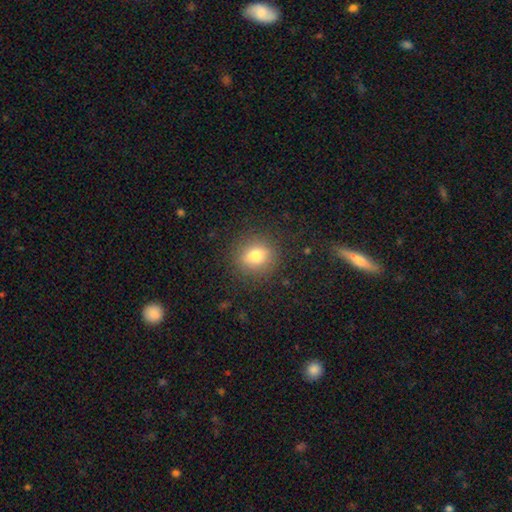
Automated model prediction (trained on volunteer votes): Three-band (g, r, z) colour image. It shows a smooth galaxy with no disk features (74%) that is round (73%). Merging: none (86%).